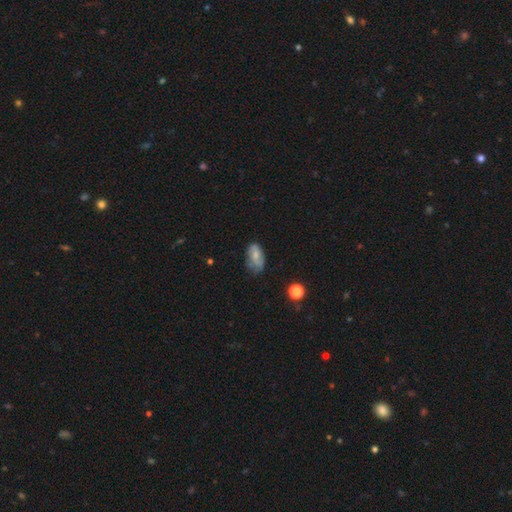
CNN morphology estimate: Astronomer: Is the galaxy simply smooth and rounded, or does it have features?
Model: smooth — 62%.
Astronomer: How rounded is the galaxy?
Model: in between — 91%.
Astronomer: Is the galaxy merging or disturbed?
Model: none — 50% (runner-up: minor disturbance, 35%).